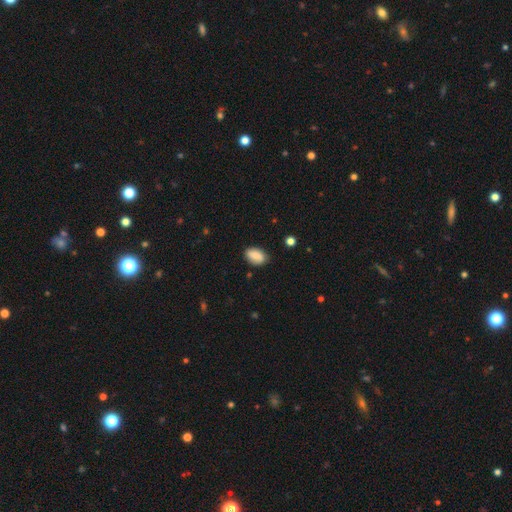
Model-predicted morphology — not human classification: Smooth or featured? smooth (85%)
How rounded? in between (90%)
Merging? none (78%)